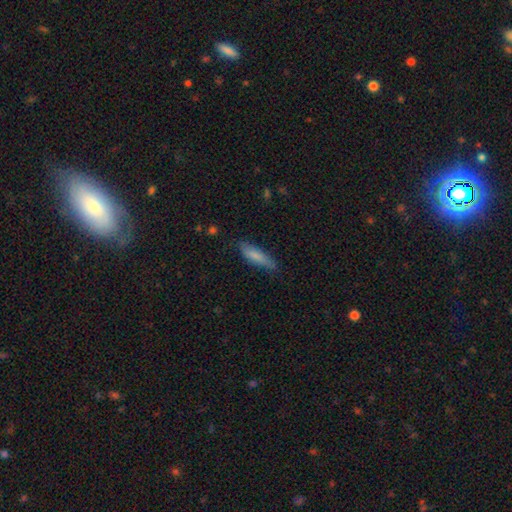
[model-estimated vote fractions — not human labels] This appears to be a smooth galaxy with no disk features (80%) that is cigar-shaped (69%). Merging: none (74%).